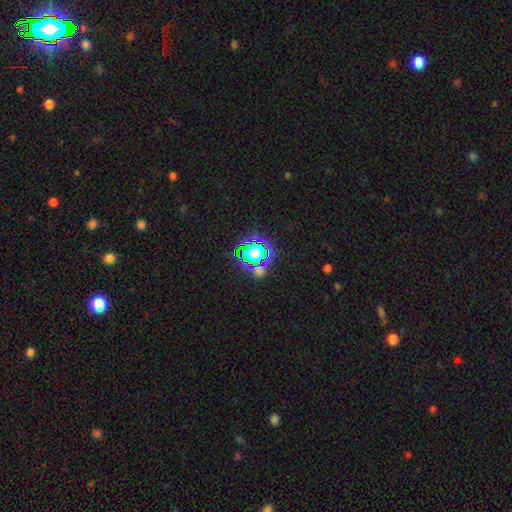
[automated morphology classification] Smooth or featured: star or artifact — 68% (smooth — 22%)